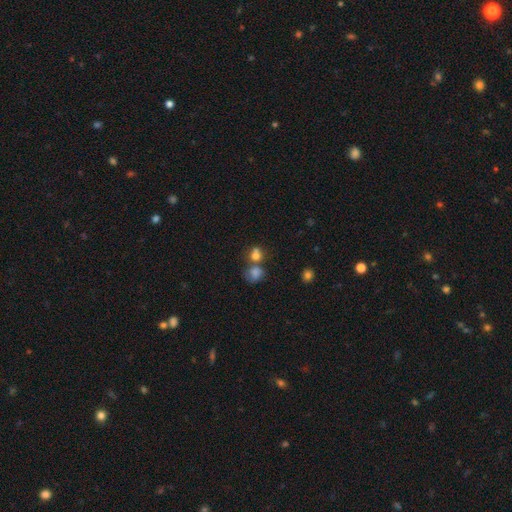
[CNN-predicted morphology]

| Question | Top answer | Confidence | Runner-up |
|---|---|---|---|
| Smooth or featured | smooth | 75% | star or artifact (15%) |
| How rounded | round | 73% | in between (26%) |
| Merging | merger | 50% | none (36%) |